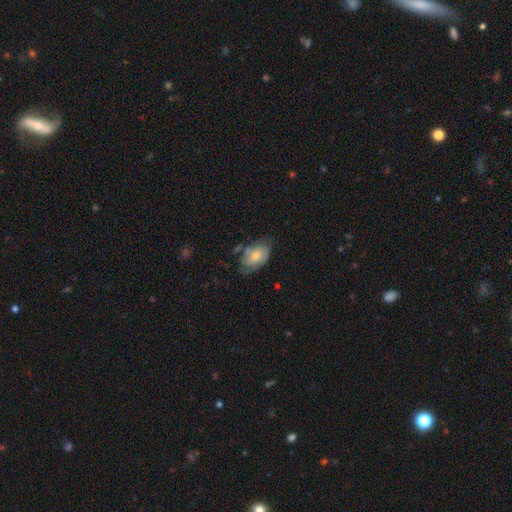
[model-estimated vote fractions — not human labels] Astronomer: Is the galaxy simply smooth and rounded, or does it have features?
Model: smooth — 53% (runner-up: featured or disk, 40%).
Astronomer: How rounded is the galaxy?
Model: in between — 89%.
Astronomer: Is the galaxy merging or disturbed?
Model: none — 50% (runner-up: minor disturbance, 31%).